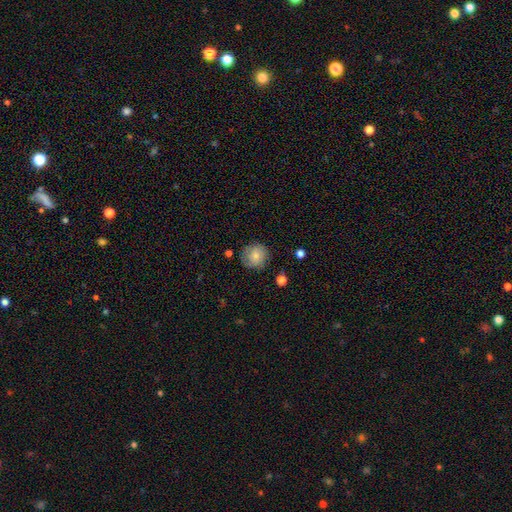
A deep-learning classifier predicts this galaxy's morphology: Smooth or featured?
  - smooth: 65% *
  - featured or disk: 27%
  - star or artifact: 9%
How rounded?
  - round: 89% *
  - in between: 10%
  - cigar-shaped: 1%
Merging?
  - none: 77% *
  - minor disturbance: 16%
  - major disturbance: 5%
  - merger: 2%